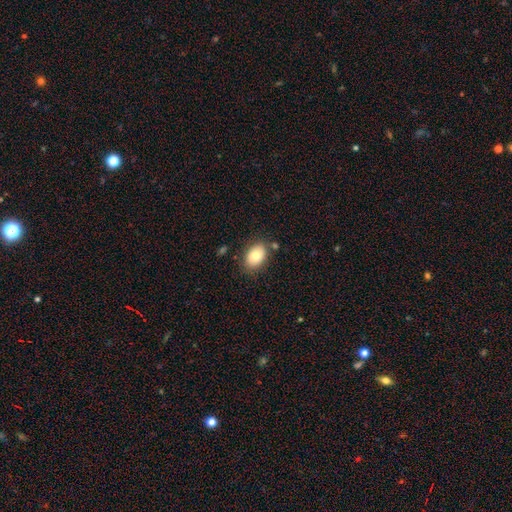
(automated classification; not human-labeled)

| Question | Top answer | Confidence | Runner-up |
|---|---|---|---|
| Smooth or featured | smooth | 80% | featured or disk (12%) |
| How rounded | in between | 84% | round (15%) |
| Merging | none | 80% | minor disturbance (13%) |